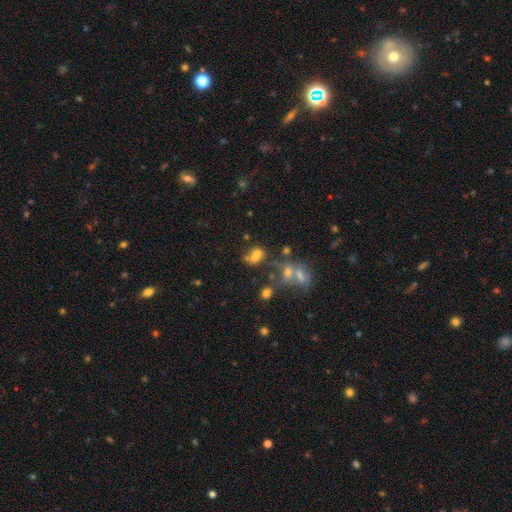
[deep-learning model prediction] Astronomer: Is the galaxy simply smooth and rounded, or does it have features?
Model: smooth — 58%.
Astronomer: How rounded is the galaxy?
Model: in between — 53% (runner-up: round, 45%).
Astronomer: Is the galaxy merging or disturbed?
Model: merger — 52% (runner-up: none, 29%).